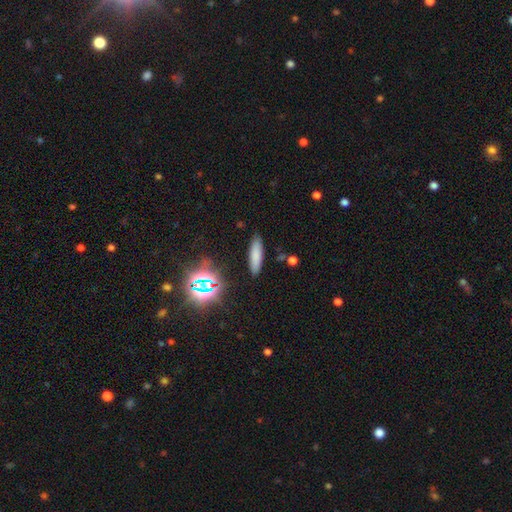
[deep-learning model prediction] A smooth galaxy with no disk features (76%) that is cigar-shaped (70%). Merging: none (88%).